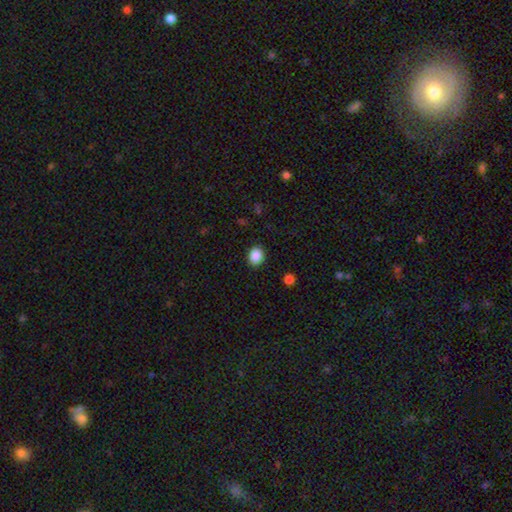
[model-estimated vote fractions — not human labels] This is clearly a smooth galaxy (88%). How rounded: likely round (60%). Merging: clearly none (90%).